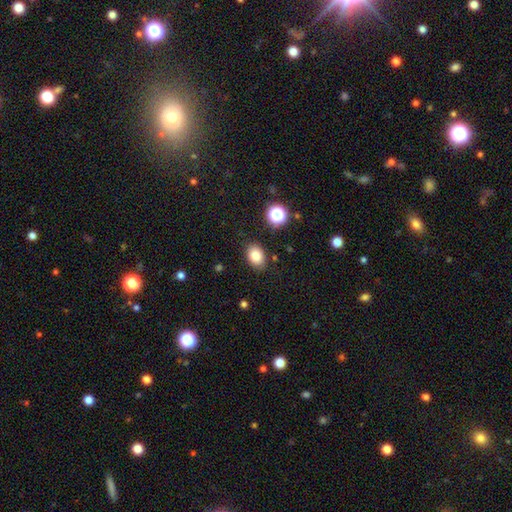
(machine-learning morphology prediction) This appears to be a smooth galaxy with no disk features (82%) that is in between round and cigar-shaped (74%). Merging: none (86%).